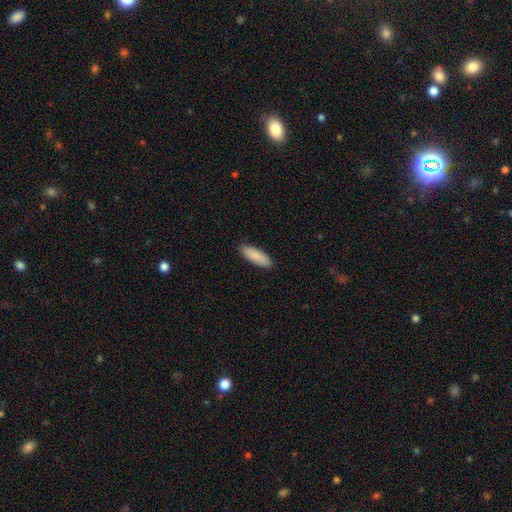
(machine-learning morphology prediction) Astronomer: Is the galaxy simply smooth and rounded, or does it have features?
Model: smooth — 90%.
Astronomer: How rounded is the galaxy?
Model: in between — 57% (runner-up: cigar-shaped, 42%).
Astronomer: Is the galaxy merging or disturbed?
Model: none — 90%.